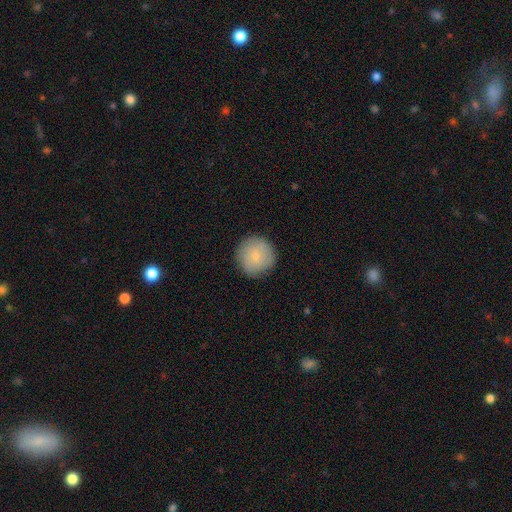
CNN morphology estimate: This is likely a smooth galaxy (73%). How rounded: clearly round (95%). Merging: clearly none (87%).